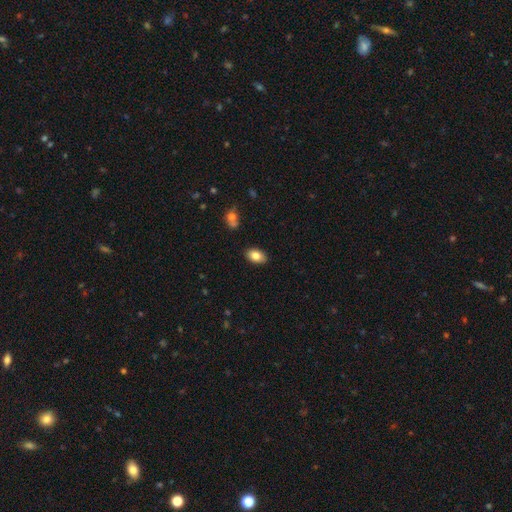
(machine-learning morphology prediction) Smooth or featured?
  - smooth: 82% *
  - featured or disk: 10%
  - star or artifact: 8%
How rounded?
  - in between: 90% *
  - round: 8%
  - cigar-shaped: 1%
Merging?
  - none: 88% *
  - minor disturbance: 8%
  - major disturbance: 2%
  - merger: 2%